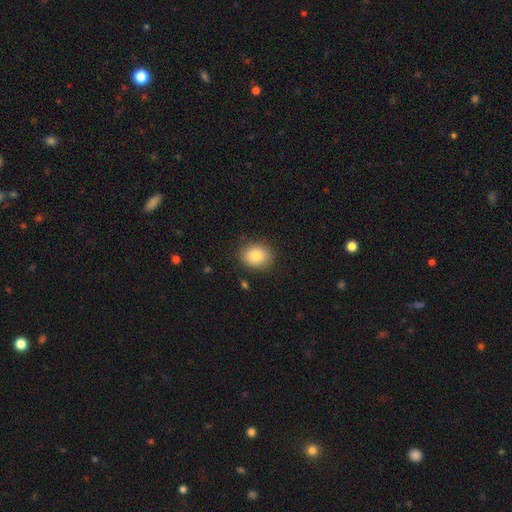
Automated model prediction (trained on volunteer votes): Smooth or featured? smooth (84%)
How rounded? round (51%)
Merging? none (86%)